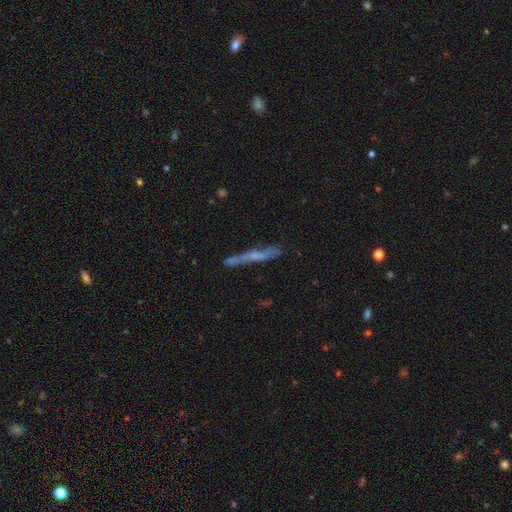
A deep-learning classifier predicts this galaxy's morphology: Q: Smooth or featured?
A: featured or disk (54%); runner-up: smooth (38%)
Q: Edge-on disk?
A: yes (88%); runner-up: no (12%)
Q: Merging?
A: none (74%); runner-up: minor disturbance (16%)